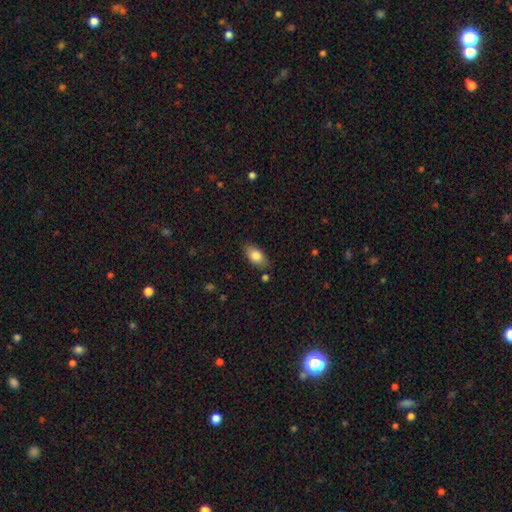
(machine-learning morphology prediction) smooth-or-featured: smooth: 82% | featured or disk: 10% | star or artifact: 7%
  how-rounded: in between: 90% | round: 6% | cigar-shaped: 4%
  merging: none: 81% | minor disturbance: 13% | merger: 3% | major disturbance: 3%